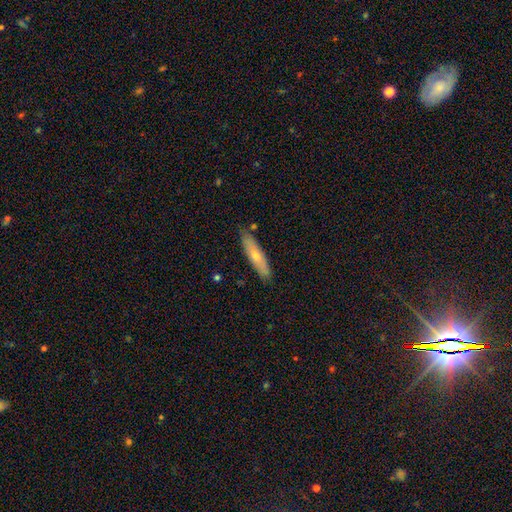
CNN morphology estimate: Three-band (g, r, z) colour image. It shows a smooth galaxy with no disk features (54%) that is cigar-shaped (79%). Merging: none (85%).